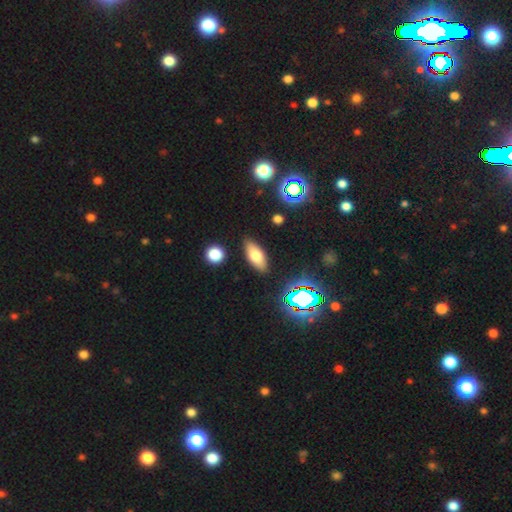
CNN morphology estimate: Smooth or featured? Predicted: smooth (p=0.69). How rounded? Predicted: in between (p=0.80). Merging? Predicted: none (p=0.85).